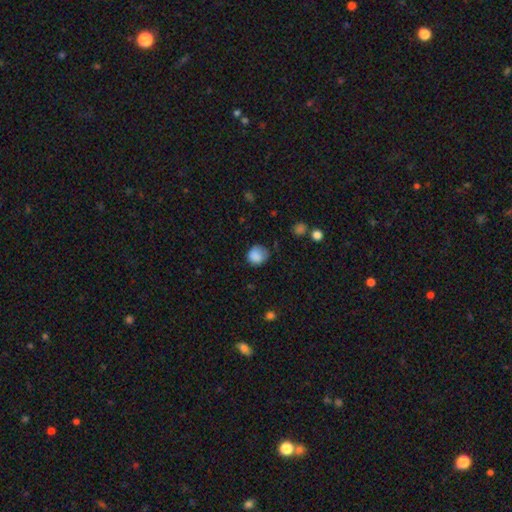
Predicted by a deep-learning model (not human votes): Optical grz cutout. It shows a smooth galaxy with no disk features (85%) that is round (80%). Merging: none (62%).